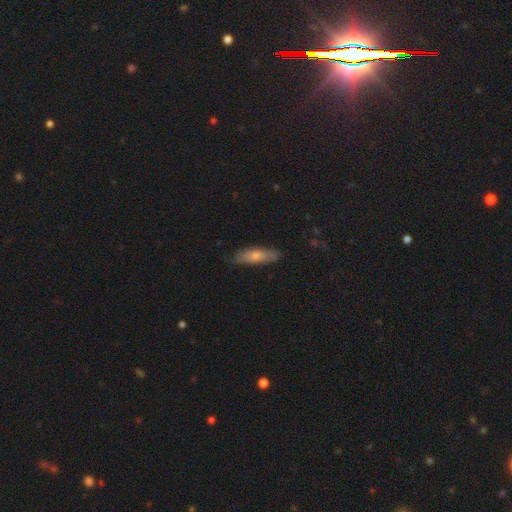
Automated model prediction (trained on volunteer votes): smooth 69%, featured or disk 25%, star or artifact 6%. Down the decision tree: how rounded — cigar-shaped (52%); merging — none (82%).